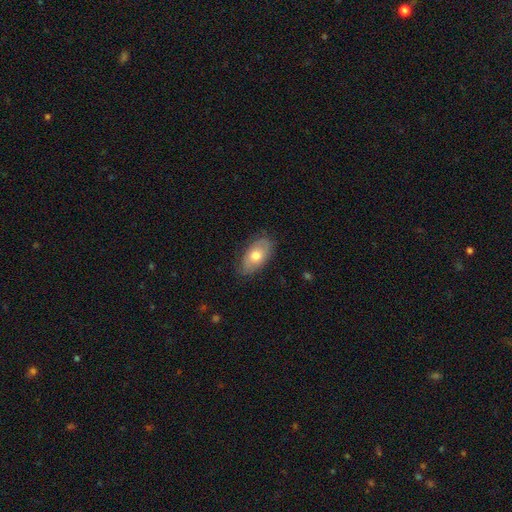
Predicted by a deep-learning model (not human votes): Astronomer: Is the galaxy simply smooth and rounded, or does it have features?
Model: smooth — 62%.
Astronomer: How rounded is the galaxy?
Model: in between — 92%.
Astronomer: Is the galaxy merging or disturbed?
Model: none — 76%.